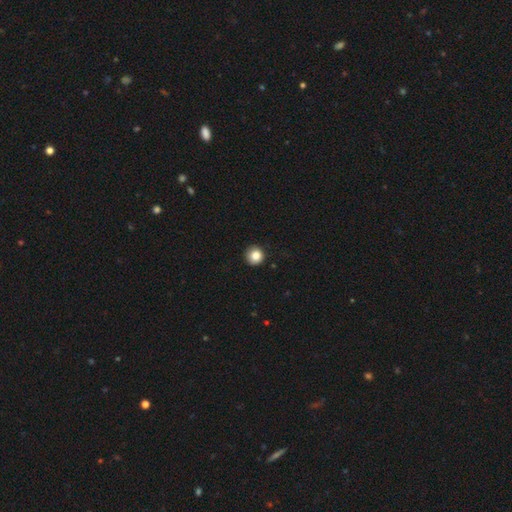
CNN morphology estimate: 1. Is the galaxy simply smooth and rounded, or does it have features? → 85% smooth, 10% star or artifact, 5% featured or disk.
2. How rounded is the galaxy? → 94% round, 5% in between, 1% cigar-shaped.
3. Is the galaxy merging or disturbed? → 88% none, 9% minor disturbance, 2% major disturbance, 1% merger.